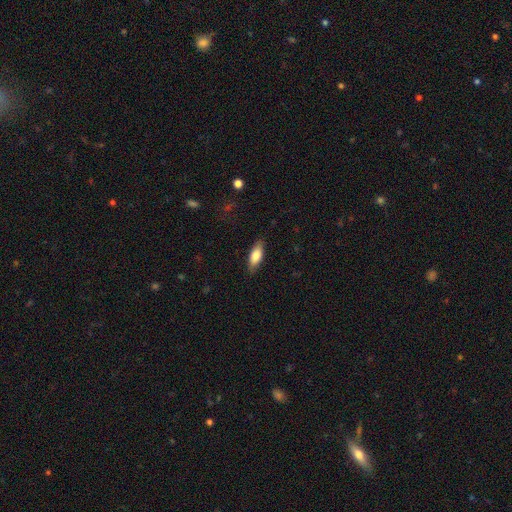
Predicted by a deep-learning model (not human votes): smooth_or_featured: smooth (p=0.77) [alt: featured or disk p=0.16]
how_rounded: in between (p=0.73) [alt: cigar-shaped p=0.25]
merging: none (p=0.84) [alt: minor disturbance p=0.12]